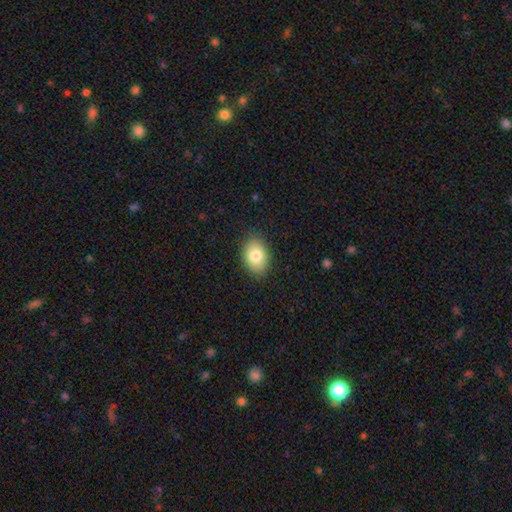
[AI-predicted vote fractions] This is likely a smooth galaxy (79%). How rounded: clearly in between (83%). Merging: clearly none (86%).